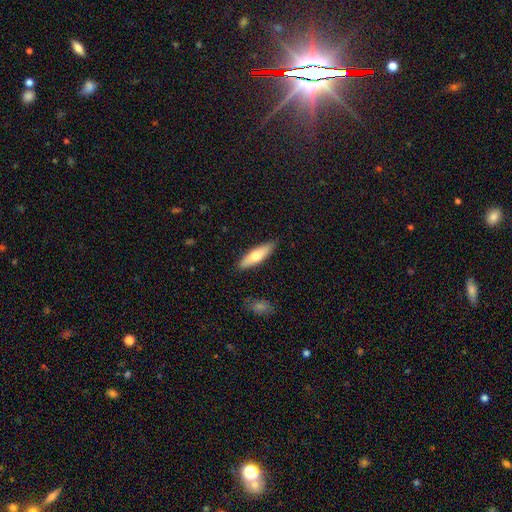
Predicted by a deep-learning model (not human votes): Smooth or featured? Predicted: smooth (p=0.63). How rounded? Predicted: cigar-shaped (p=0.55). Merging? Predicted: none (p=0.87).